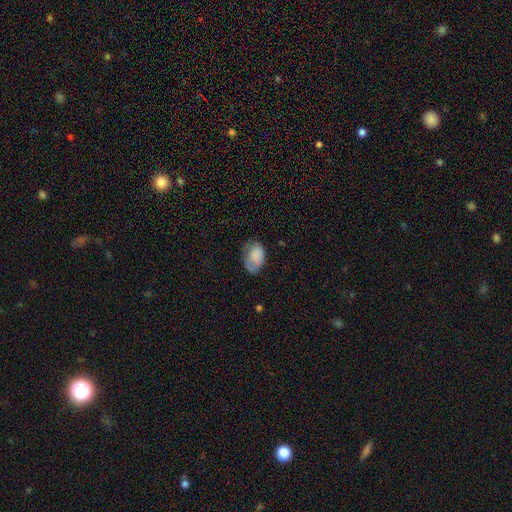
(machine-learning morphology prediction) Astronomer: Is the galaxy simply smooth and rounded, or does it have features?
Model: smooth — 74%.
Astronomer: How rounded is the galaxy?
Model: in between — 85%.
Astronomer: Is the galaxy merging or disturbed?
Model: none — 50% (runner-up: minor disturbance, 33%).